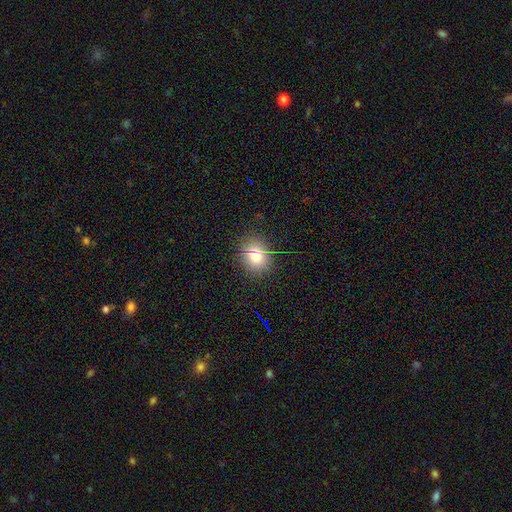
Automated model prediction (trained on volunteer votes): smooth 77%, star or artifact 15%, featured or disk 8%. Down the decision tree: how rounded — round (64%); merging — none (85%).